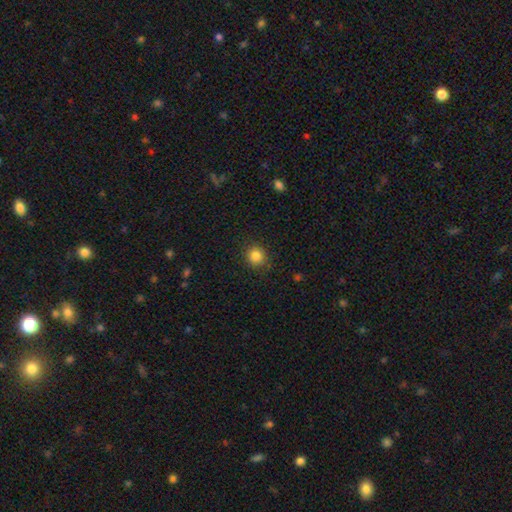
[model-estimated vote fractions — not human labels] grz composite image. It shows a smooth galaxy with no disk features (85%) that is round (85%). Merging: none (85%).